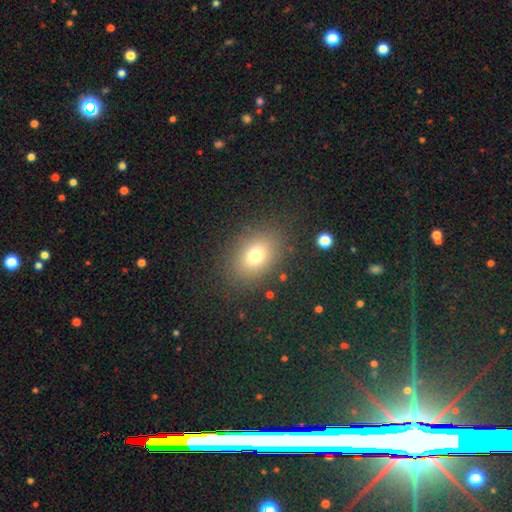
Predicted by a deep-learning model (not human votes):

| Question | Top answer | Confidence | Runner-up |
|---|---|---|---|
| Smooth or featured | smooth | 74% | star or artifact (15%) |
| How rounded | in between | 65% | round (34%) |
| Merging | none | 84% | minor disturbance (10%) |